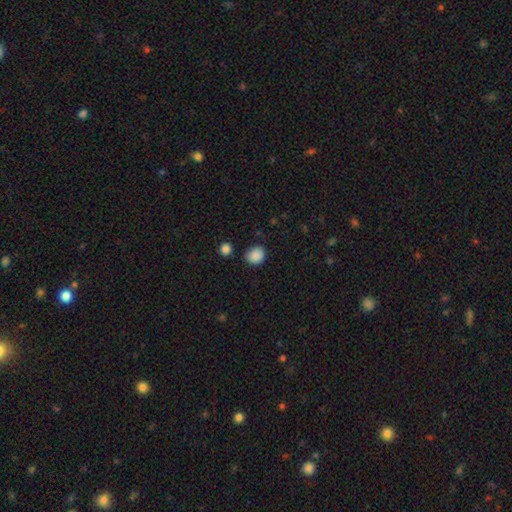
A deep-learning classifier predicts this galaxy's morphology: smooth-or-featured: smooth: 88% | star or artifact: 9% | featured or disk: 3%
  how-rounded: round: 66% | in between: 33% | cigar-shaped: 1%
  merging: none: 80% | minor disturbance: 14% | merger: 3% | major disturbance: 3%